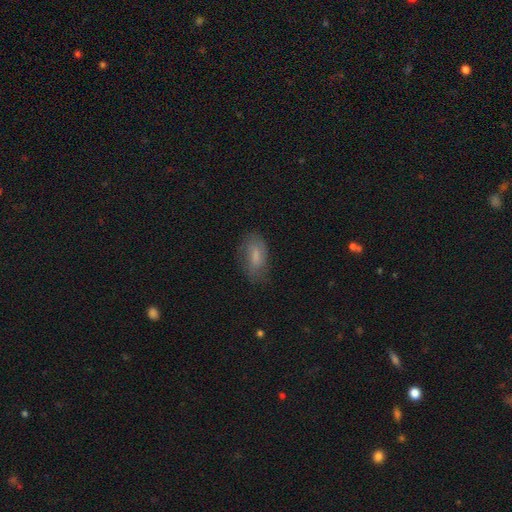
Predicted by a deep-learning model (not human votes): Morphology: type=smooth (68%); roundness=in between (86%); merging=none (68%).